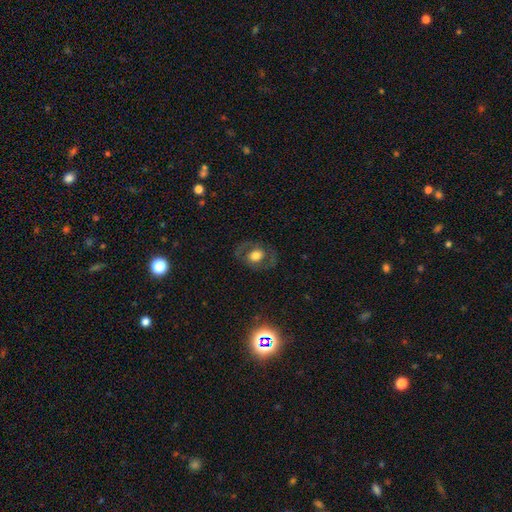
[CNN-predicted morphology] smooth 46%, featured or disk 45%, star or artifact 9%. Down the decision tree: merging — none (76%).